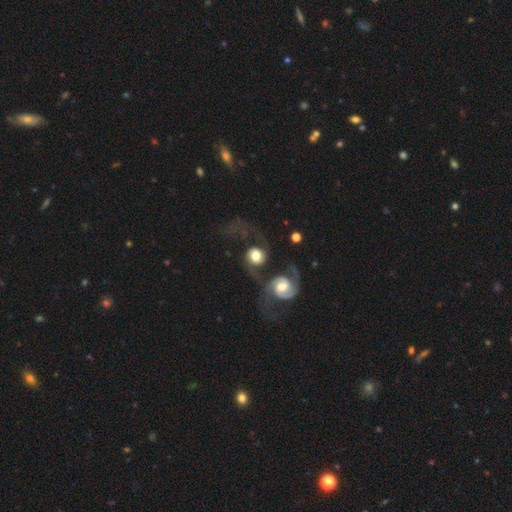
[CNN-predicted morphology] This is possibly a featured or disk galaxy (55%). It is clearly not viewed edge-on (96%). Bar: likely no (64%). Spiral arm pattern: clearly yes (85%). Central bulge: possibly moderate (49%). Merging: marginally merger (40%).